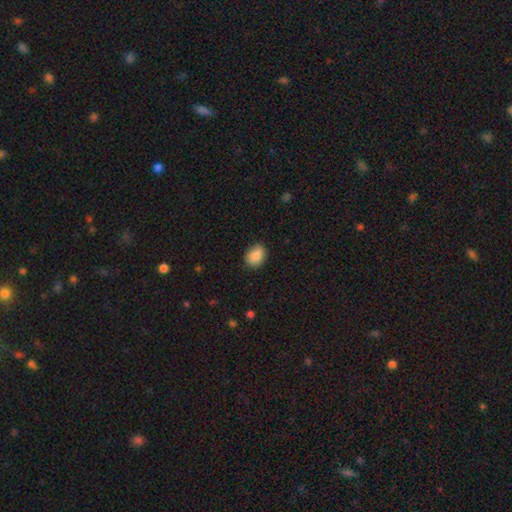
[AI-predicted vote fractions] smooth-or-featured: smooth: 88% | star or artifact: 7% | featured or disk: 5%
  how-rounded: in between: 66% | round: 33% | cigar-shaped: 1%
  merging: none: 84% | minor disturbance: 12% | major disturbance: 2% | merger: 1%